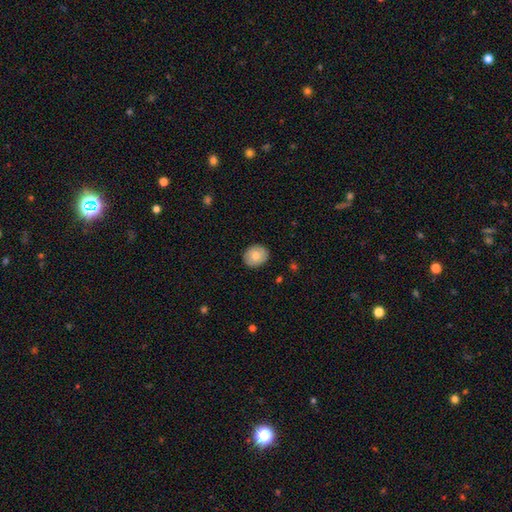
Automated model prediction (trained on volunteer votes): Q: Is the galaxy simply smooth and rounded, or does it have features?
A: smooth — 76%.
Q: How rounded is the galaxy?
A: round — 65%.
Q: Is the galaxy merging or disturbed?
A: none — 87%.